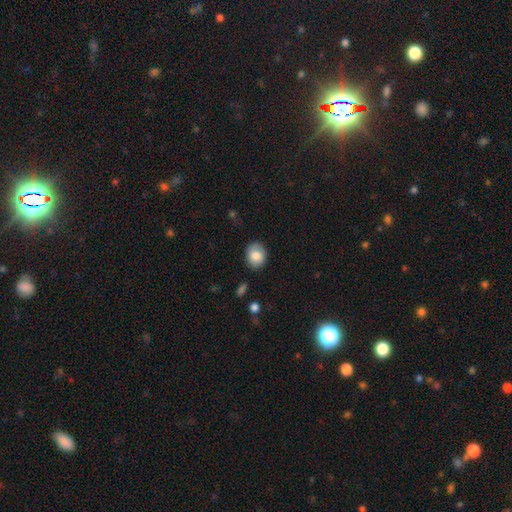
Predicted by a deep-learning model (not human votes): Smooth or featured? smooth (81%)
How rounded? in between (51%)
Merging? none (83%)